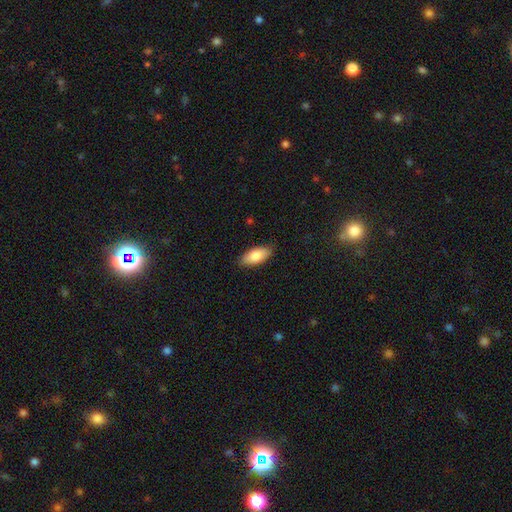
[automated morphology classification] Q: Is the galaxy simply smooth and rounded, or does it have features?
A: smooth — 84%.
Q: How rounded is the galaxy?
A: in between — 89%.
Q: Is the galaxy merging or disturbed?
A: none — 86%.